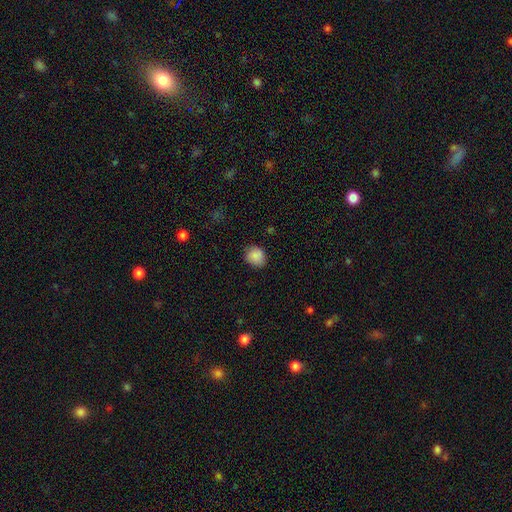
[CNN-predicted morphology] smooth_or_featured: smooth (p=0.87) [alt: star or artifact p=0.09]
how_rounded: round (p=0.68) [alt: in between p=0.31]
merging: none (p=0.80) [alt: minor disturbance p=0.16]